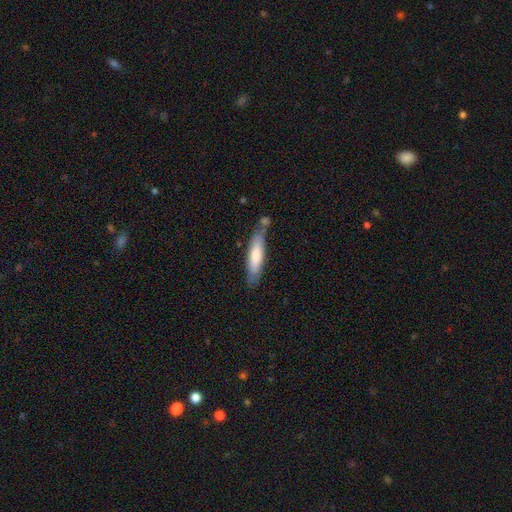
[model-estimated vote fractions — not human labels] smooth-or-featured: smooth: 72% | featured or disk: 23% | star or artifact: 5%
  how-rounded: cigar-shaped: 74% | in between: 25% | round: 1%
  merging: none: 67% | minor disturbance: 18% | merger: 11% | major disturbance: 4%